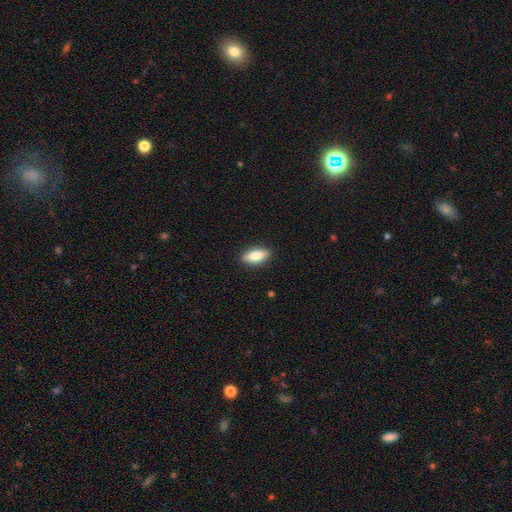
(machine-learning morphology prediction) smooth 82%, featured or disk 11%, star or artifact 6%. Down the decision tree: how rounded — in between (81%); merging — none (89%).